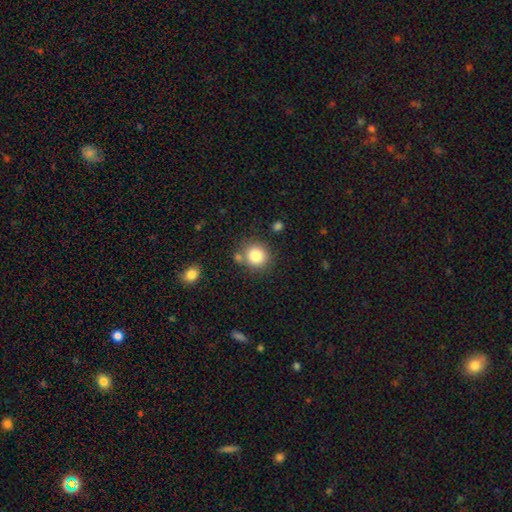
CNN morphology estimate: Smooth or featured?
  - smooth: 84% *
  - star or artifact: 10%
  - featured or disk: 6%
How rounded?
  - round: 88% *
  - in between: 11%
  - cigar-shaped: 1%
Merging?
  - none: 74% *
  - merger: 12%
  - minor disturbance: 11%
  - major disturbance: 4%